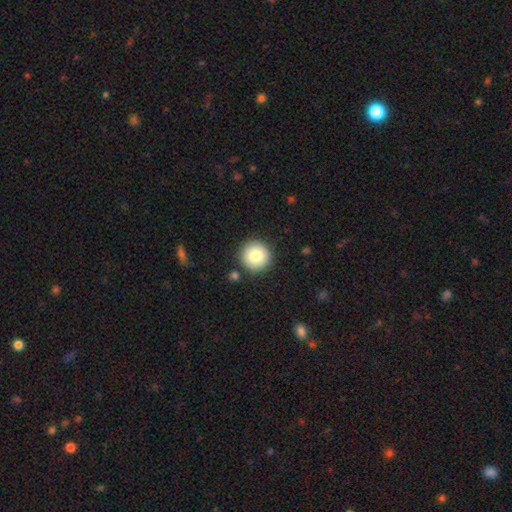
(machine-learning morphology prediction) A smooth galaxy with no disk features (83%) that is round (95%). Merging: none (87%).